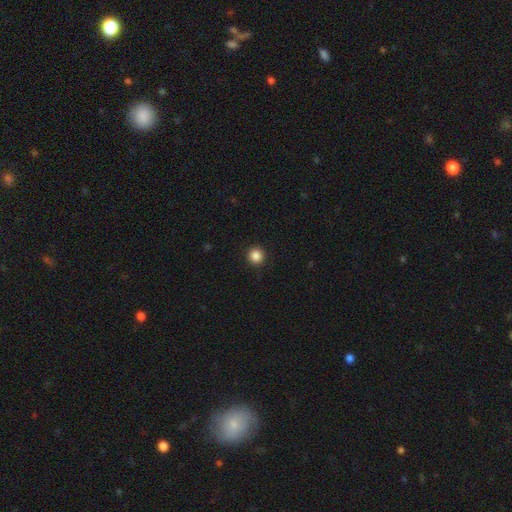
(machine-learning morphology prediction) type=smooth (87%); roundness=round (95%); merging=none (92%).